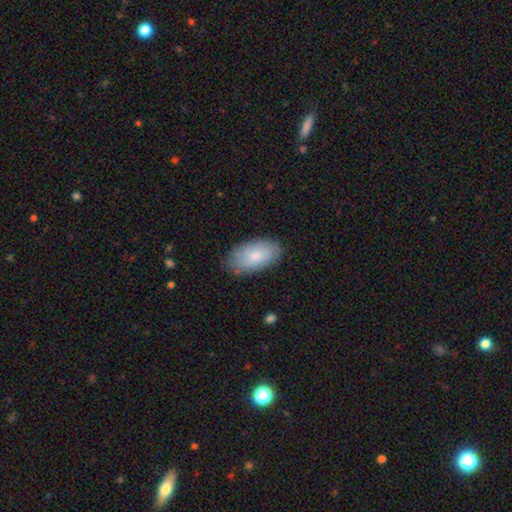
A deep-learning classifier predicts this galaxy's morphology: A smooth galaxy with no disk features (77%) that is in between round and cigar-shaped (95%).

Vote fractions:
- Smooth or featured? smooth: 77% / featured or disk: 17% / star or artifact: 6%
- How rounded? in between: 95% / round: 3% / cigar-shaped: 2%
- Merging? none: 80% / minor disturbance: 16% / major disturbance: 3% / merger: 1%